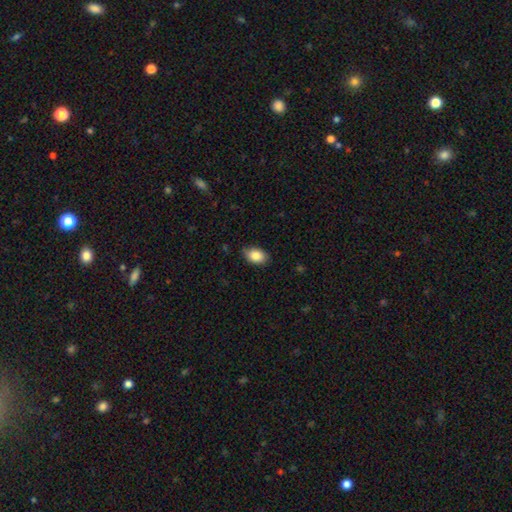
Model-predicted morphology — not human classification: Smooth or featured: smooth — 86% (star or artifact — 7%)
How rounded: in between — 87% (round — 12%)
Merging: none — 82% (minor disturbance — 14%)